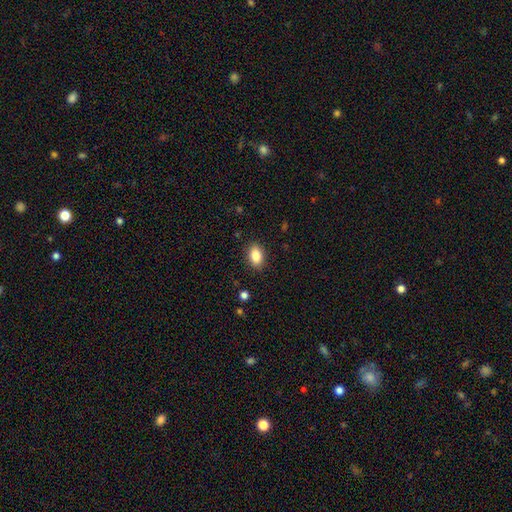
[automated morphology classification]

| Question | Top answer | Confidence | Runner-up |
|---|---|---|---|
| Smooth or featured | smooth | 86% | star or artifact (8%) |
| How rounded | in between | 89% | round (9%) |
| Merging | none | 88% | minor disturbance (8%) |